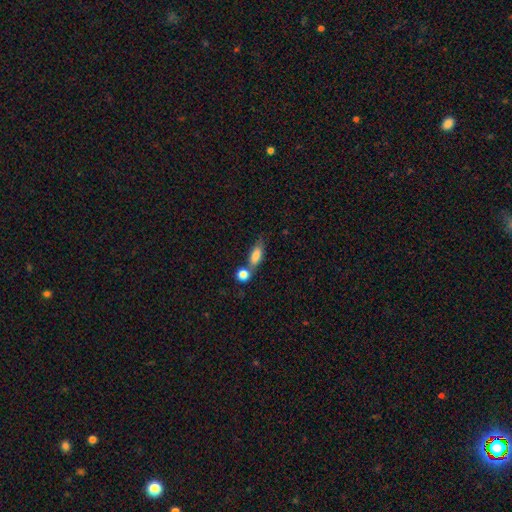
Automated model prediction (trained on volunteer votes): smooth-or-featured: smooth: 79% | featured or disk: 12% | star or artifact: 9%
  how-rounded: in between: 72% | cigar-shaped: 19% | round: 9%
  merging: none: 45% | merger: 35% | minor disturbance: 14% | major disturbance: 6%